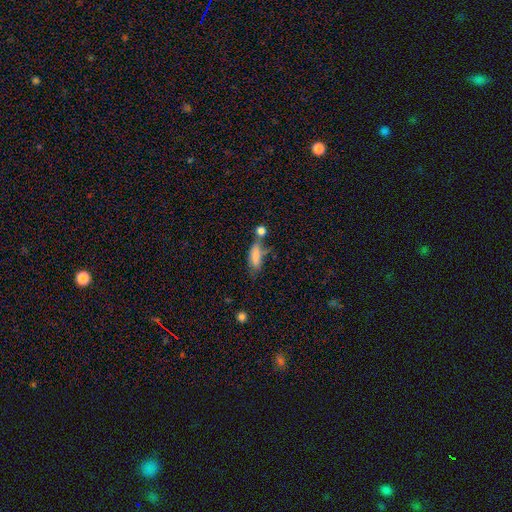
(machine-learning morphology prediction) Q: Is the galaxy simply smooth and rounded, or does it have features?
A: smooth — 79%.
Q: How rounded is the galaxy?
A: in between — 69%.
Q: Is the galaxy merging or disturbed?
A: none — 39%.